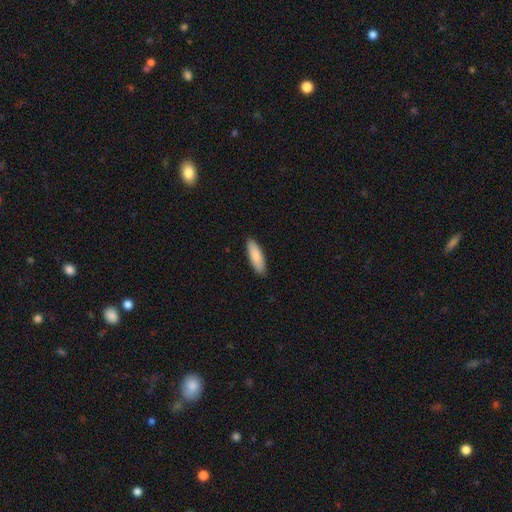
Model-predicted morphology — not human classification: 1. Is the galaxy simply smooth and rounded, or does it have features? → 86% smooth, 9% featured or disk, 5% star or artifact.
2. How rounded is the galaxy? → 51% in between, 47% cigar-shaped, 2% round.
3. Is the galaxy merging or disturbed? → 90% none, 8% minor disturbance, 2% major disturbance, 1% merger.